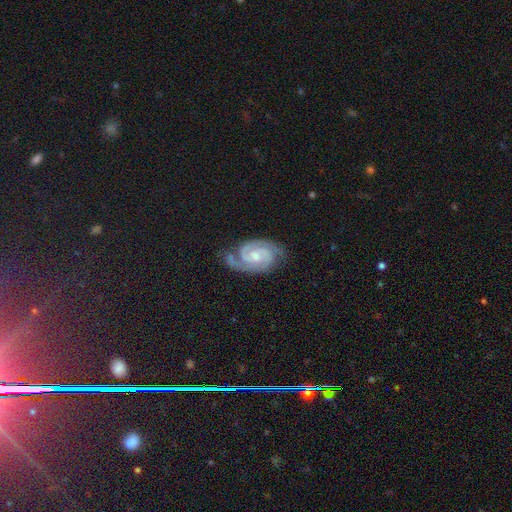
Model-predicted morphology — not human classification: A featured or disk galaxy (91%) with no bar (53%), 2 (84%) tight (60%) spiral arms (98%) and a small central bulge (47%, tied with moderate).

Vote fractions:
- Smooth or featured? featured or disk: 91% / smooth: 5% / star or artifact: 4%
- Edge-on disk? no: 98% / yes: 2%
- Bar? no: 53% / weak: 38% / strong: 9%
- Spiral arms? yes: 98% / no: 2%
- Spiral winding? tight: 60% / medium: 35% / loose: 5%
- Spiral arm count? 2: 84% / 3: 9% / can't tell: 3% / 1: 2% / 4: 2% / more than 4: 1%
- Bulge size? small: 47% (tied) / moderate: 47% (tied) / none: 3% / large: 2% / dominant: 1%
- Merging? none: 74% / minor disturbance: 19% / major disturbance: 5% / merger: 2%